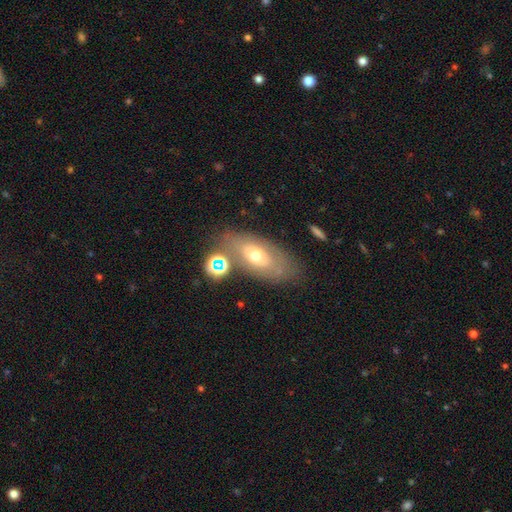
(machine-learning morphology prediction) A smooth galaxy with no disk features (54%) that is in between round and cigar-shaped (86%). Merging: none (65%).